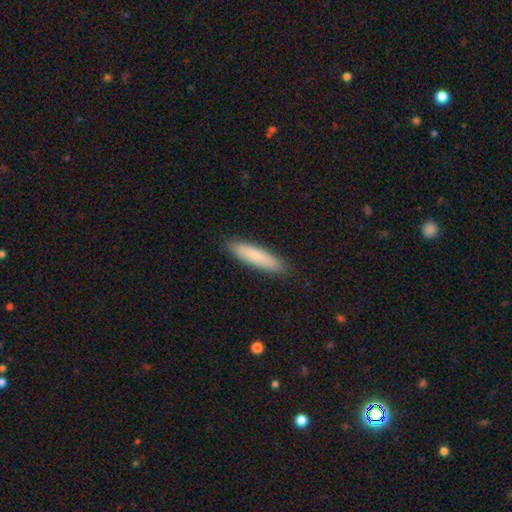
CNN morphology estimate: smooth-or-featured: smooth: 81% | featured or disk: 14% | star or artifact: 6%
  how-rounded: cigar-shaped: 80% | in between: 19% | round: 1%
  merging: none: 89% | minor disturbance: 9% | major disturbance: 2% | merger: 1%